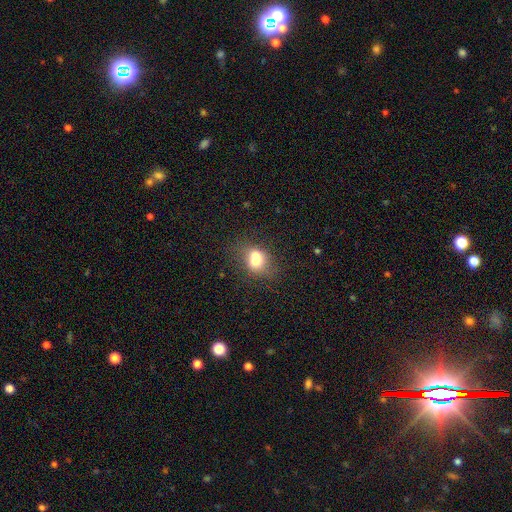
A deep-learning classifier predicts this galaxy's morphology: smooth-or-featured: smooth: 70% | featured or disk: 18% | star or artifact: 11%
  how-rounded: in between: 50% | round: 48% | cigar-shaped: 1%
  merging: none: 40% | merger: 36% | minor disturbance: 17% | major disturbance: 8%